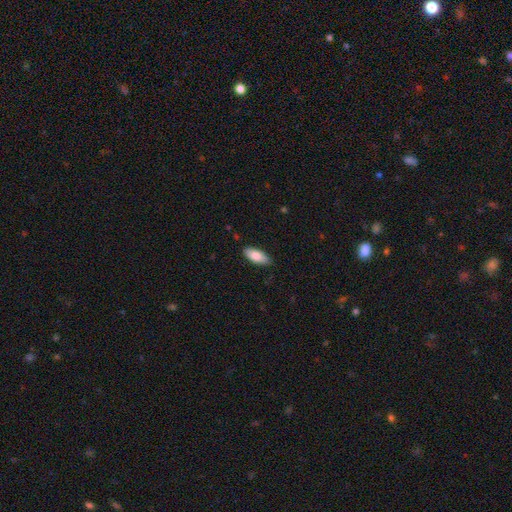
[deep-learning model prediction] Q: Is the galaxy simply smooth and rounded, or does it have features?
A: smooth — 82%.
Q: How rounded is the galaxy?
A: in between — 85%.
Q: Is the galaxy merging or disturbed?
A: none — 87%.